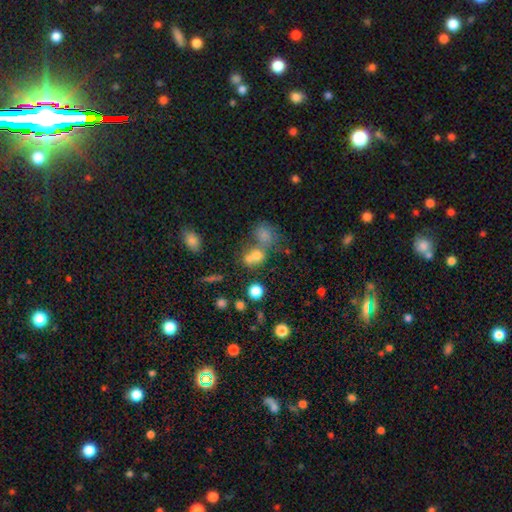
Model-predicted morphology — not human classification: This appears to be a smooth galaxy with no disk features (69%) that is round (70%). Merging: merger (51%).